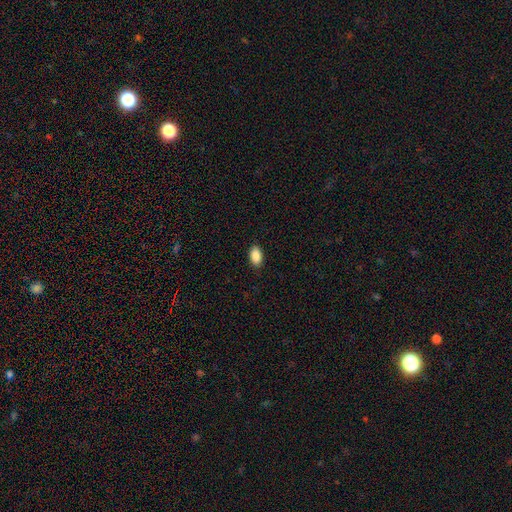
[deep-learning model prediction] Smooth or featured? smooth (89%)
How rounded? in between (93%)
Merging? none (90%)